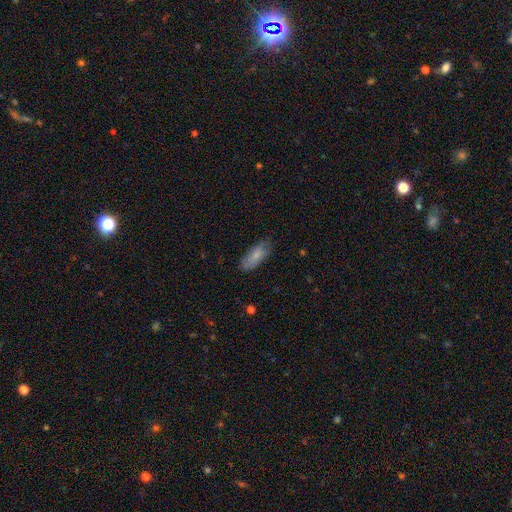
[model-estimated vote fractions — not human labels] Smooth or featured: smooth — 78% (featured or disk — 16%)
How rounded: in between — 79% (cigar-shaped — 19%)
Merging: none — 74% (minor disturbance — 20%)